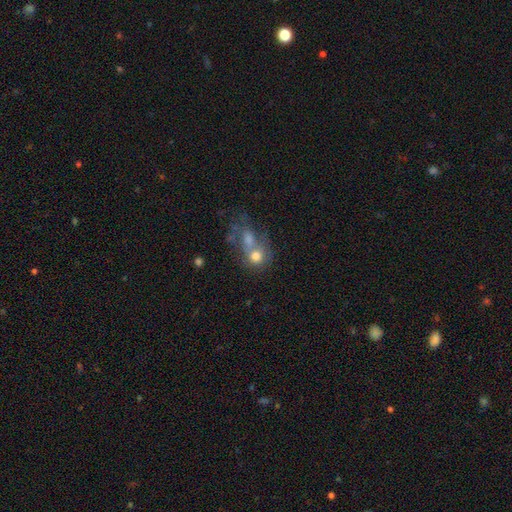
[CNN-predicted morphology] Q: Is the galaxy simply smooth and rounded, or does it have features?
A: smooth — 71%.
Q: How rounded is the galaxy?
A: round — 67%.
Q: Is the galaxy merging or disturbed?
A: merger — 57%.